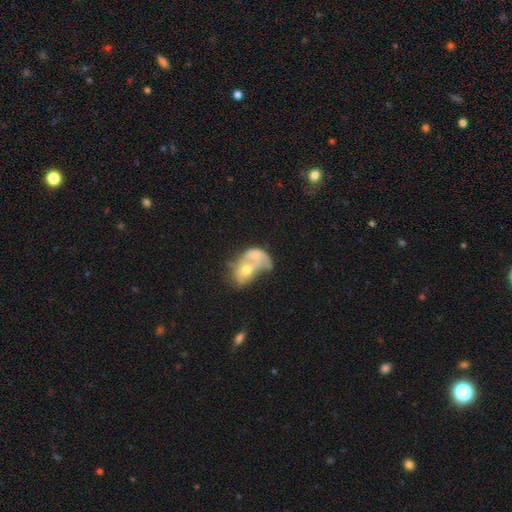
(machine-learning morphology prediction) This appears to be a smooth galaxy with no disk features (49%). Merging: merger (65%).